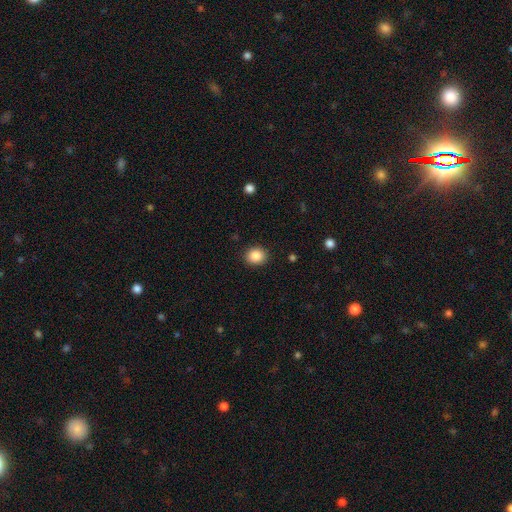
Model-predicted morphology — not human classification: Q: Smooth or featured?
A: smooth (87%); runner-up: star or artifact (9%)
Q: How rounded?
A: round (72%); runner-up: in between (27%)
Q: Merging?
A: none (90%); runner-up: minor disturbance (7%)